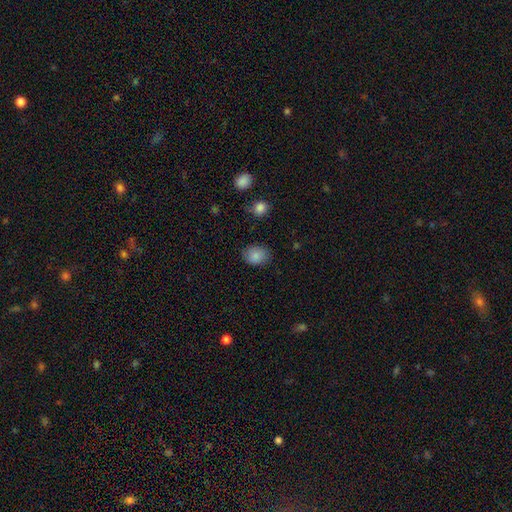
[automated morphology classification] A smooth galaxy with no disk features (86%) that is in between round and cigar-shaped (59%).

Vote fractions:
- Smooth or featured? smooth: 86% / star or artifact: 8% / featured or disk: 6%
- How rounded? in between: 59% / round: 40% / cigar-shaped: 1%
- Merging? none: 80% / minor disturbance: 15% / major disturbance: 3% / merger: 1%